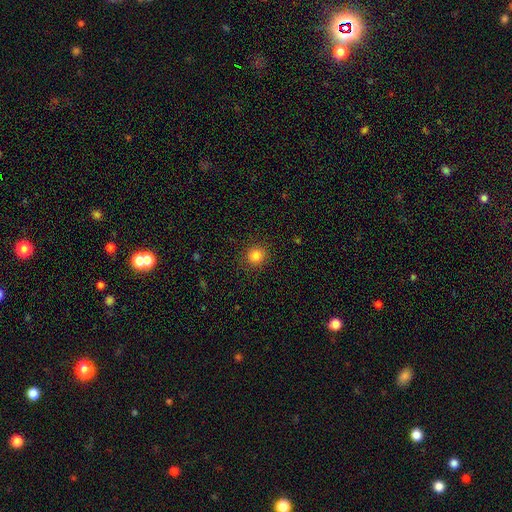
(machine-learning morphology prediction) The model was most divided on "smooth or featured": smooth: 84%, star or artifact: 12%, featured or disk: 5%. More confident: merging — none (89%); how rounded — round (88%).